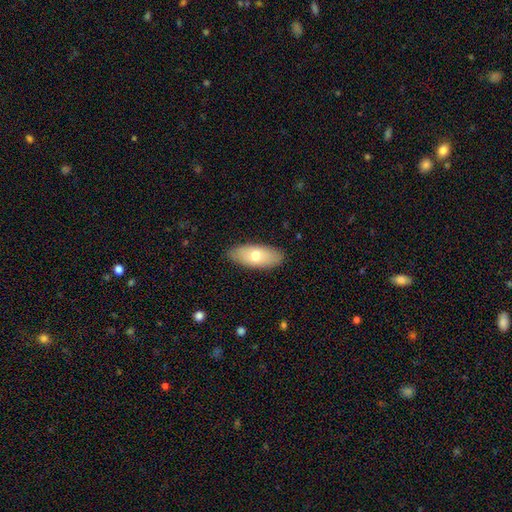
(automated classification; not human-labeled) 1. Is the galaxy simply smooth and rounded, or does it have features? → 69% smooth, 25% featured or disk, 6% star or artifact.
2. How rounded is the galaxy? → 86% in between, 12% cigar-shaped, 3% round.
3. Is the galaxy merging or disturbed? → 87% none, 10% minor disturbance, 2% major disturbance, 1% merger.